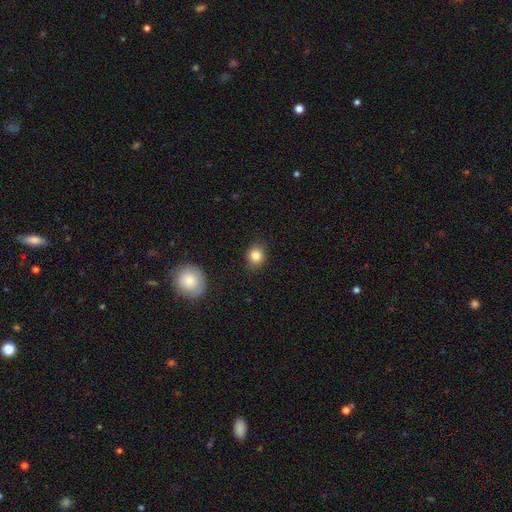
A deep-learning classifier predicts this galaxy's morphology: A smooth galaxy with no disk features (83%) that is round (67%).

Vote fractions:
- Smooth or featured? smooth: 83% / star or artifact: 10% / featured or disk: 6%
- How rounded? round: 67% / in between: 32% / cigar-shaped: 1%
- Merging? none: 88% / minor disturbance: 9% / major disturbance: 2% / merger: 1%